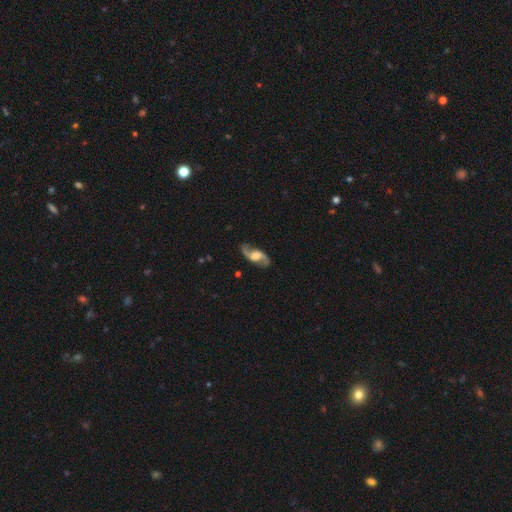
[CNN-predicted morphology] Q: Smooth or featured?
A: featured or disk (88%); runner-up: smooth (8%)
Q: Edge-on disk?
A: no (95%); runner-up: yes (5%)
Q: Bar?
A: weak (46%); runner-up: no (39%)
Q: Spiral arms?
A: yes (96%); runner-up: no (4%)
Q: Spiral winding?
A: loose (61%); runner-up: medium (32%)
Q: Spiral arm count?
A: 2 (94%); runner-up: can't tell (2%)
Q: Bulge size?
A: large (35%); runner-up: moderate (32%)
Q: Merging?
A: none (83%); runner-up: minor disturbance (11%)